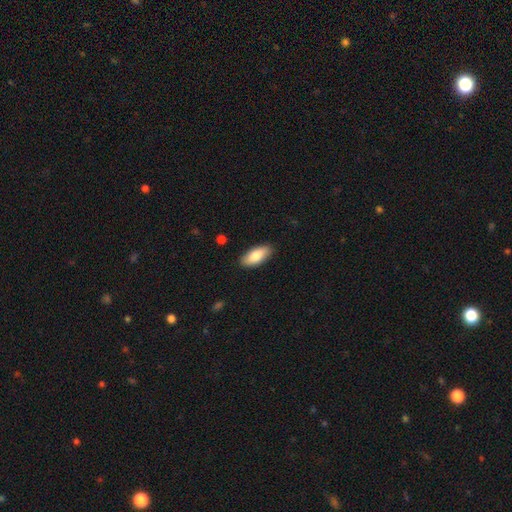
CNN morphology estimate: This is clearly a smooth galaxy (82%). How rounded: clearly in between (88%). Merging: clearly none (88%).